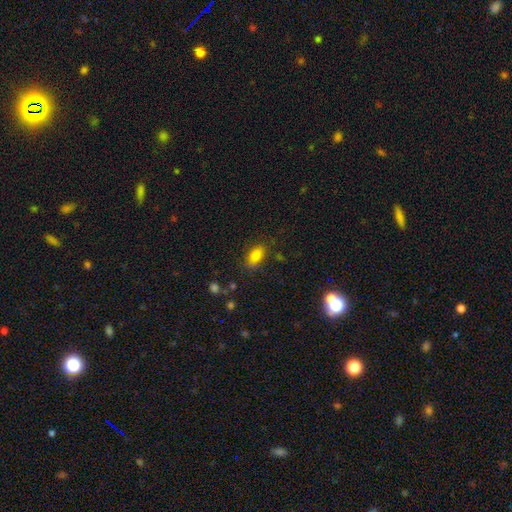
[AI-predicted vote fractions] The model was most divided on "merging": none: 77%, minor disturbance: 15%, major disturbance: 5%, merger: 3%. More confident: how rounded — in between (87%); smooth or featured — smooth (81%).